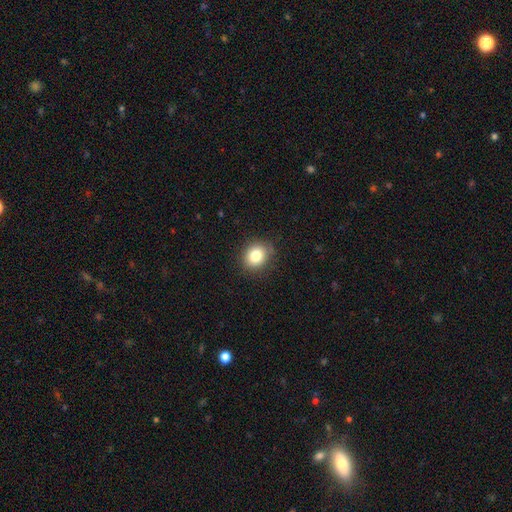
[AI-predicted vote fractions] Smooth or featured?
  - smooth: 82% *
  - star or artifact: 11%
  - featured or disk: 8%
How rounded?
  - round: 71% *
  - in between: 28%
  - cigar-shaped: 1%
Merging?
  - none: 86% *
  - minor disturbance: 10%
  - major disturbance: 3%
  - merger: 1%